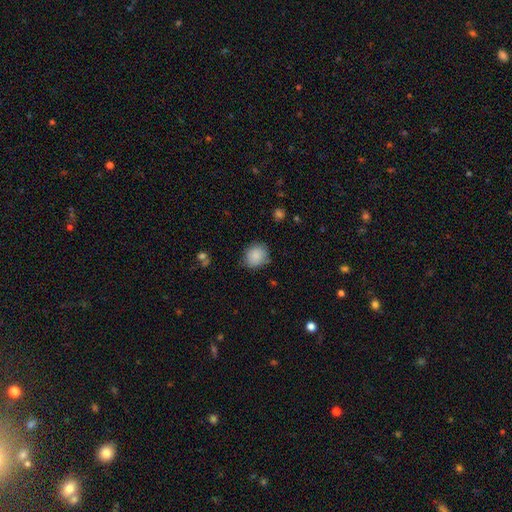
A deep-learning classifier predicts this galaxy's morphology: The model was most divided on "how rounded": round: 73%, in between: 27%, cigar-shaped: 1%. More confident: smooth or featured — smooth (86%); merging — none (76%).